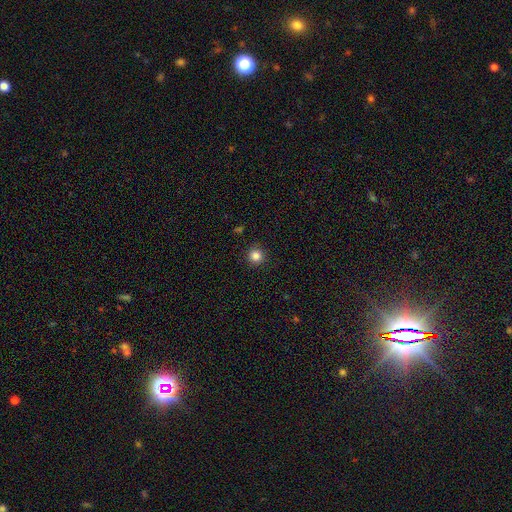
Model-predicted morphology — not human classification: Q: Smooth or featured?
A: smooth (84%); runner-up: star or artifact (12%)
Q: How rounded?
A: round (95%); runner-up: in between (4%)
Q: Merging?
A: none (92%); runner-up: minor disturbance (5%)